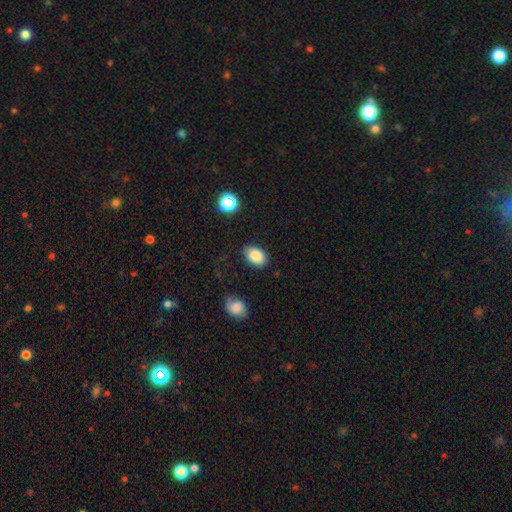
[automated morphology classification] Overall: smooth (86%). How rounded: in between (85%). Merging: none (81%).